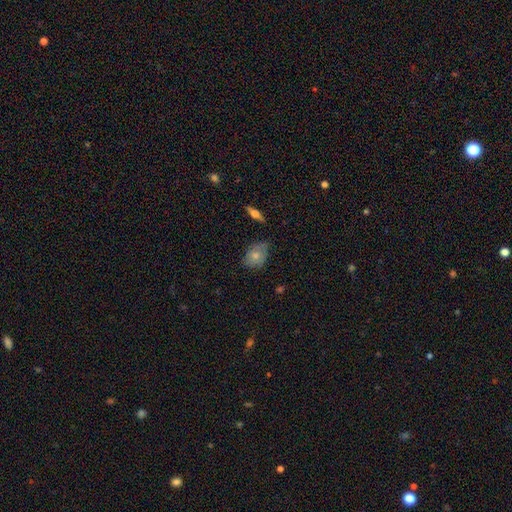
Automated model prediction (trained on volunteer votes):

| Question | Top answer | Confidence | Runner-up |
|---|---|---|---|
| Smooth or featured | smooth | 70% | featured or disk (22%) |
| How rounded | in between | 75% | round (24%) |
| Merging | none | 58% | minor disturbance (33%) |